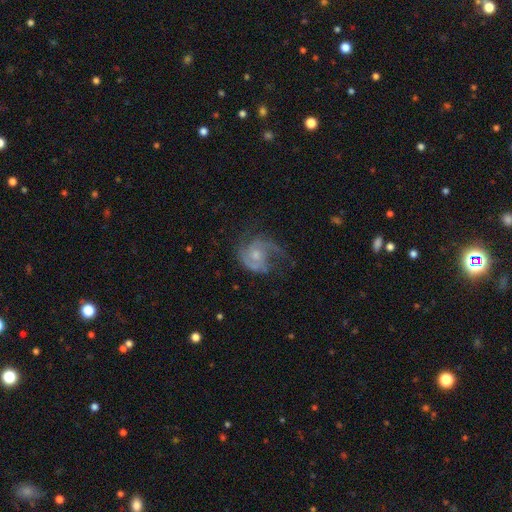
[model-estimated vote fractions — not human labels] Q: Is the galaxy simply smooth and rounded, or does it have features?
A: featured or disk — 78%.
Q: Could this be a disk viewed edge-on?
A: no — 98%.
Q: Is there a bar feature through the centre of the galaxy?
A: no — 71%.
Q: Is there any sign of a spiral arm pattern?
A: yes — 91%.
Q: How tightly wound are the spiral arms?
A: medium — 46%.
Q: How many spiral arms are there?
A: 2 — 53%.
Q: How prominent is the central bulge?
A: moderate — 45%.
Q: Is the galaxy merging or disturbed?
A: none — 47%.